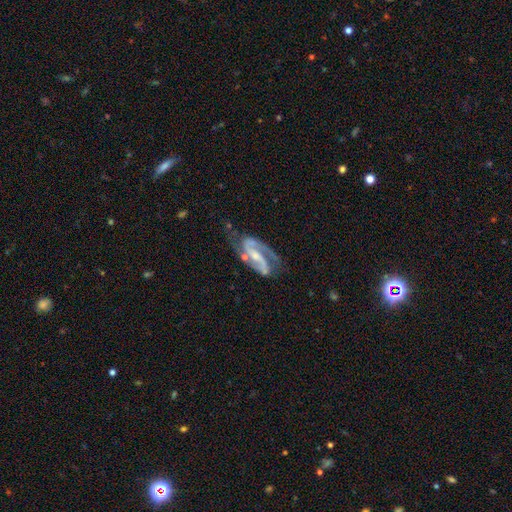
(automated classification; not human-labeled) smooth_or_featured: featured or disk (p=0.92) [alt: star or artifact p=0.04]
disk_edge_on: no (p=0.97) [alt: yes p=0.03]
bar: strong (p=0.40) [alt: weak p=0.39]
has_spiral_arms: yes (p=0.98) [alt: no p=0.02]
spiral_winding: medium (p=0.58) [alt: tight p=0.24]
spiral_arm_count: 2 (p=0.93) [alt: can't tell p=0.02]
bulge_size: small (p=0.48) [alt: moderate p=0.36]
merging: none (p=0.66) [alt: minor disturbance p=0.21]